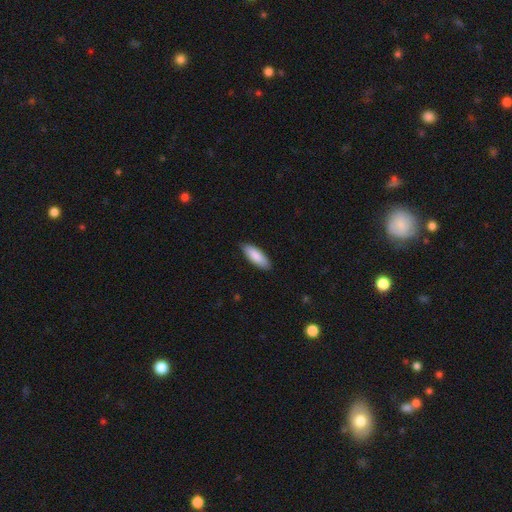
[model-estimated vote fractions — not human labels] Overall: smooth (87%). How rounded: in between (67%; cigar-shaped 32%). Merging: none (87%).